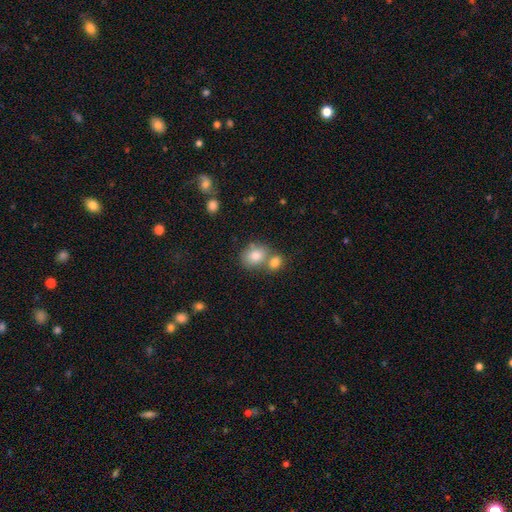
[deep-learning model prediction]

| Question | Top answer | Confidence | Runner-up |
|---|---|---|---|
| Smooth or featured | smooth | 81% | featured or disk (10%) |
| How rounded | round | 53% | in between (46%) |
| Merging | none | 46% | merger (40%) |